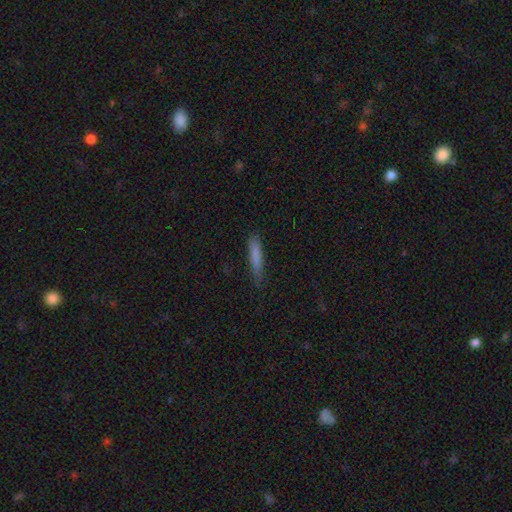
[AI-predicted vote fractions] smooth-or-featured: smooth: 80% | featured or disk: 13% | star or artifact: 7%
  how-rounded: cigar-shaped: 89% | in between: 9% | round: 1%
  merging: none: 79% | minor disturbance: 16% | major disturbance: 3% | merger: 1%